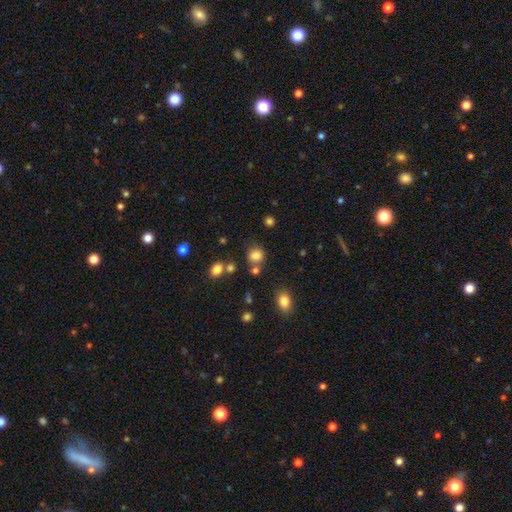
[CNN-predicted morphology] smooth_or_featured: smooth (p=0.82) [alt: star or artifact p=0.13]
how_rounded: round (p=0.80) [alt: in between p=0.19]
merging: none (p=0.70) [alt: minor disturbance p=0.14]